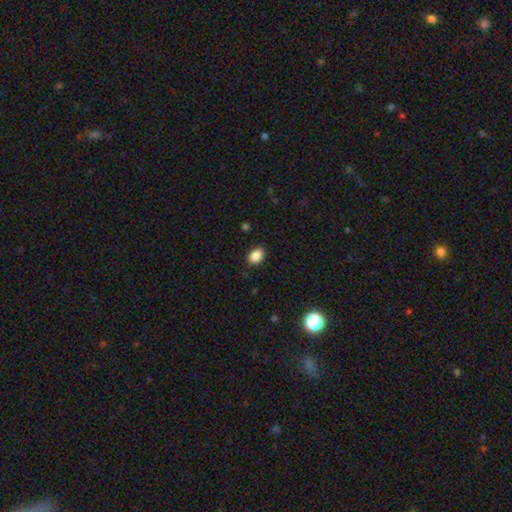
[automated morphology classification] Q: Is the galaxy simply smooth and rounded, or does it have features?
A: smooth — 88%.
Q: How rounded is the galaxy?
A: in between — 80%.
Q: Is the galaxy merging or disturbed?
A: none — 88%.